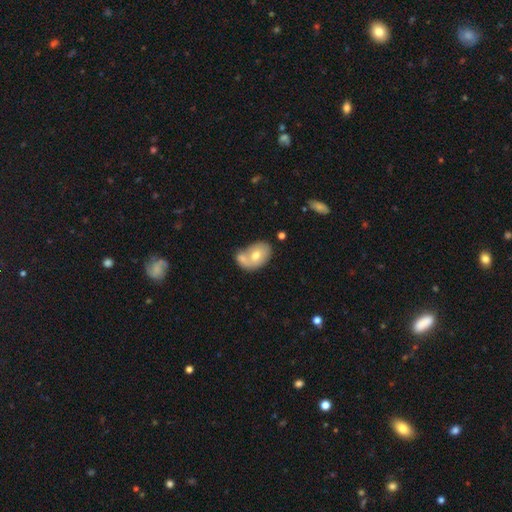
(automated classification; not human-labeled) The model was most divided on "merging": merger: 49%, none: 29%, minor disturbance: 16%, major disturbance: 7%. More confident: how rounded — in between (82%); smooth or featured — smooth (63%).